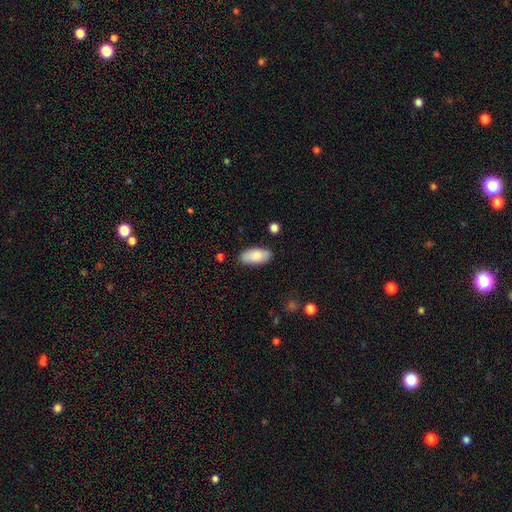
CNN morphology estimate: smooth-or-featured: smooth: 85% | featured or disk: 8% | star or artifact: 6%
  how-rounded: in between: 90% | cigar-shaped: 8% | round: 2%
  merging: none: 85% | minor disturbance: 11% | major disturbance: 2% | merger: 2%